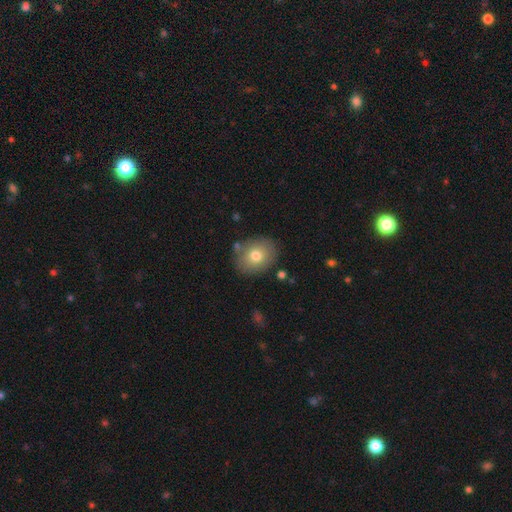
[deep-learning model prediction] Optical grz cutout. It shows a smooth galaxy with no disk features (75%) that is round (53%). Merging: none (83%).